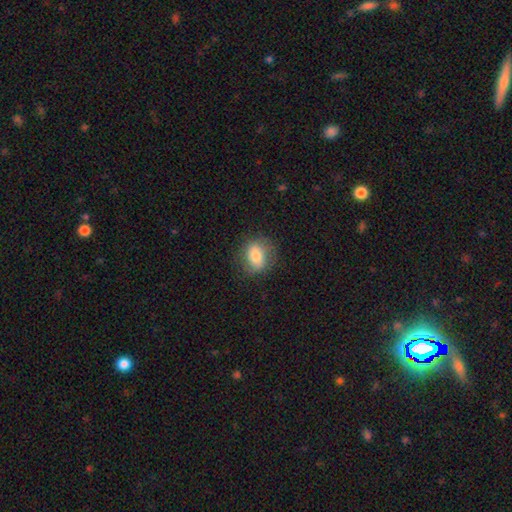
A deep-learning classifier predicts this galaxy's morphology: Smooth or featured? Predicted: smooth (p=0.73). How rounded? Predicted: in between (p=0.53). Merging? Predicted: none (p=0.76).